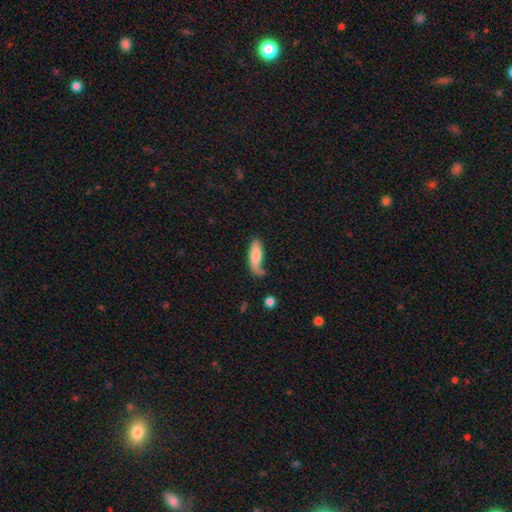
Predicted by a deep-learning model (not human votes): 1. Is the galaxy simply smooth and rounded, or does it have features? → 73% smooth, 20% featured or disk, 6% star or artifact.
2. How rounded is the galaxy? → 56% in between, 41% cigar-shaped, 2% round.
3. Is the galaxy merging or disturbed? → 44% none, 29% minor disturbance, 18% major disturbance, 9% merger.